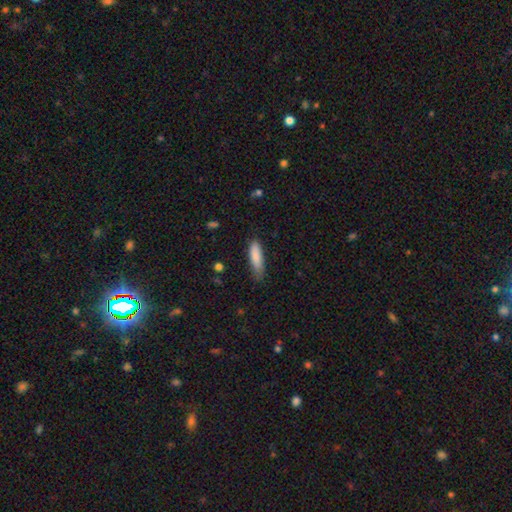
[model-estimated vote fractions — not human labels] smooth 85%, featured or disk 8%, star or artifact 6%. Down the decision tree: how rounded — cigar-shaped (62%); merging — none (64%).